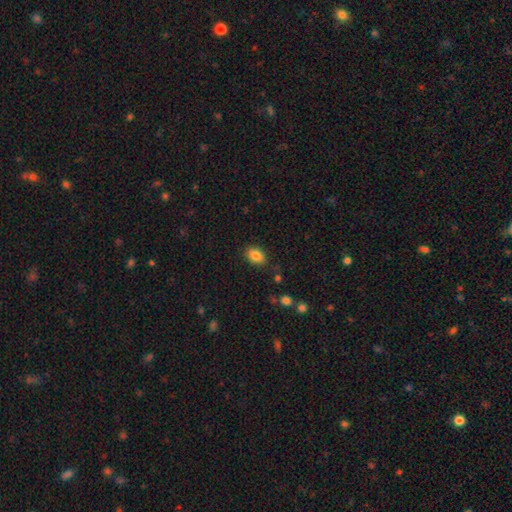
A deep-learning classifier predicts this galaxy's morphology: Q: Smooth or featured?
A: smooth (84%); runner-up: star or artifact (9%)
Q: How rounded?
A: in between (80%); runner-up: round (18%)
Q: Merging?
A: none (85%); runner-up: minor disturbance (10%)